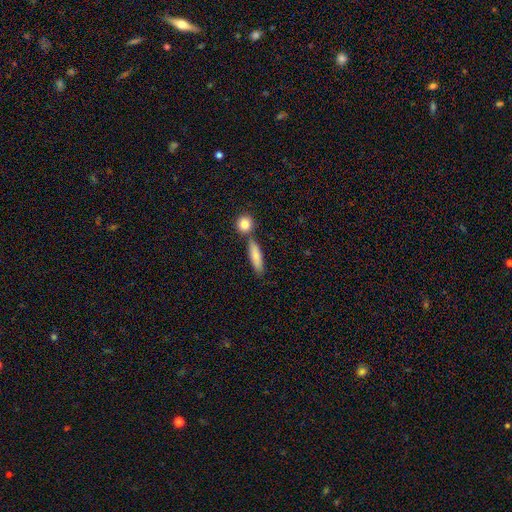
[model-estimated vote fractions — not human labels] A smooth galaxy with no disk features (80%) that is cigar-shaped (59%).

Vote fractions:
- Smooth or featured? smooth: 80% / featured or disk: 14% / star or artifact: 7%
- How rounded? cigar-shaped: 59% / in between: 37% / round: 4%
- Merging? none: 68% / merger: 18% / minor disturbance: 11% / major disturbance: 3%